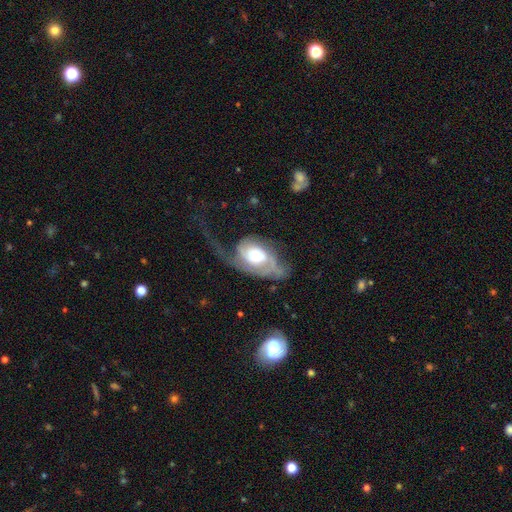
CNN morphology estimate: This appears to be a featured or disk galaxy (74%) with no bar (74%), 2 (43%) medium (36%) spiral arms (86%) and a moderate central bulge (49%). Merging: major disturbance (54%).